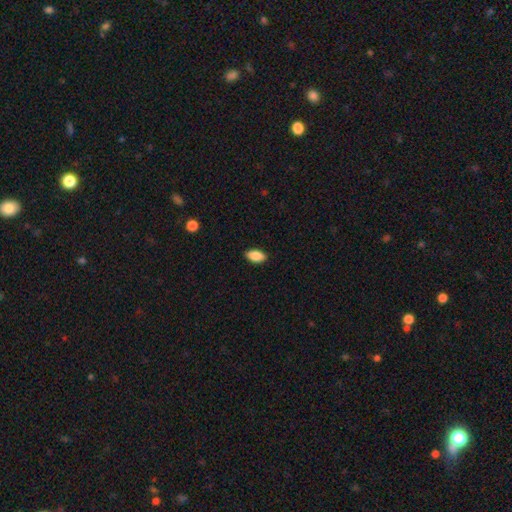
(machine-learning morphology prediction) Smooth or featured? smooth (87%)
How rounded? in between (92%)
Merging? none (89%)